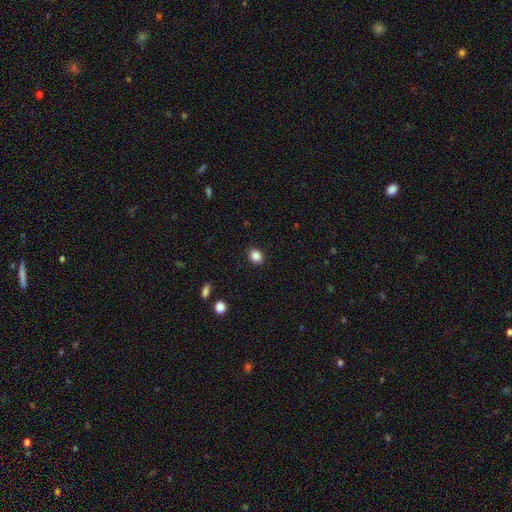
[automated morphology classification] Smooth or featured? smooth (87%)
How rounded? round (57%)
Merging? none (89%)